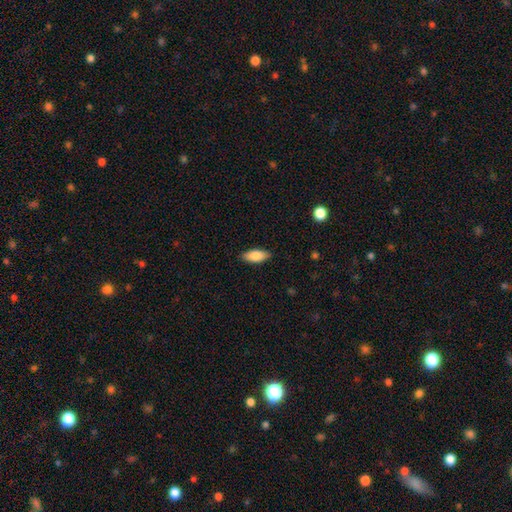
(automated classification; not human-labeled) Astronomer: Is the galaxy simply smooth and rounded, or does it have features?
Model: smooth — 84%.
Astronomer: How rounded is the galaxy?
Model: in between — 82%.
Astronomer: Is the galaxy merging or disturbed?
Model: none — 87%.